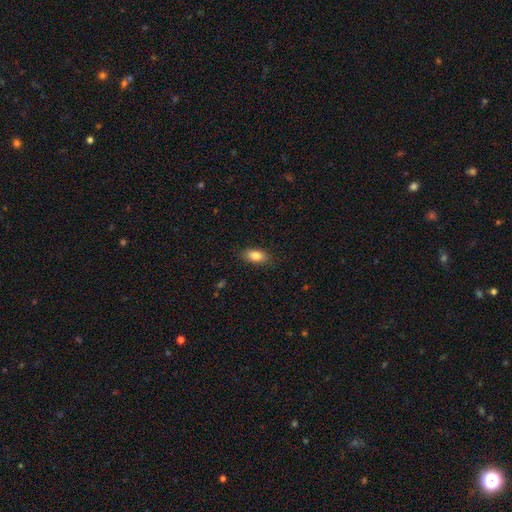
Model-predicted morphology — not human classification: Overall: smooth (85%). How rounded: in between (88%). Merging: none (86%).